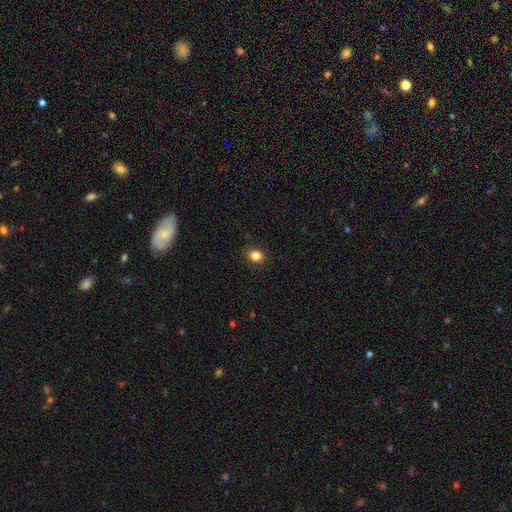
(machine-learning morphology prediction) smooth 84%, star or artifact 11%, featured or disk 5%. Down the decision tree: how rounded — round (70%); merging — none (89%).